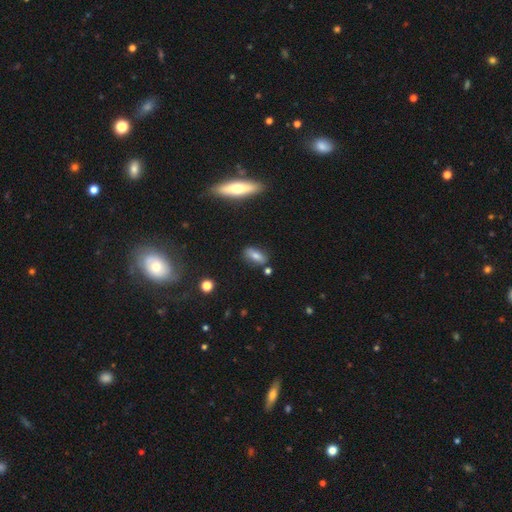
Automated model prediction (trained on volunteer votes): A smooth galaxy with no disk features (72%) that is in between round and cigar-shaped (77%).

Vote fractions:
- Smooth or featured? smooth: 72% / featured or disk: 18% / star or artifact: 10%
- How rounded? in between: 77% / cigar-shaped: 19% / round: 5%
- Merging? none: 77% / minor disturbance: 14% / merger: 5% / major disturbance: 3%